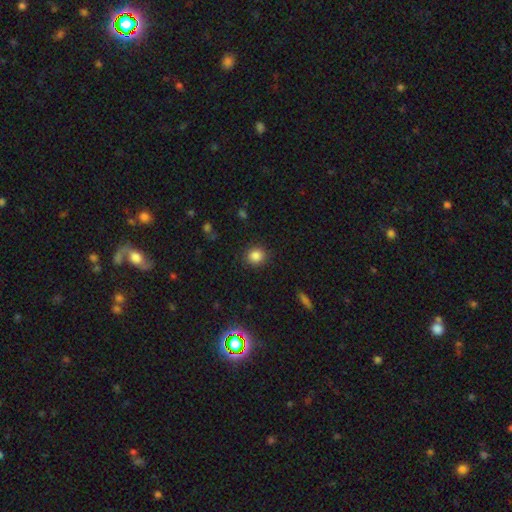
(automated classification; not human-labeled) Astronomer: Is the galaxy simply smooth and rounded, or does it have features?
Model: smooth — 85%.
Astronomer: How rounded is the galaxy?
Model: round — 86%.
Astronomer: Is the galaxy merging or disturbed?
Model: none — 89%.